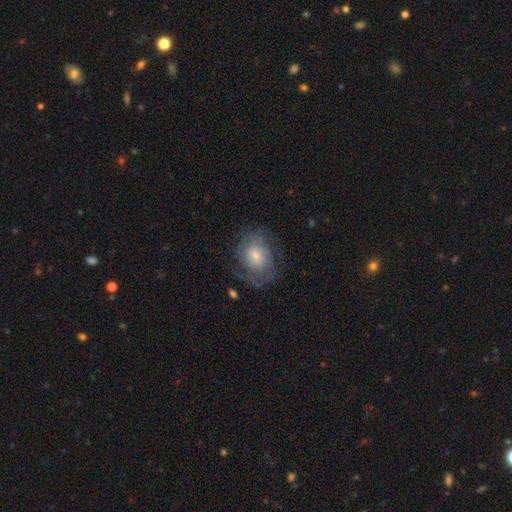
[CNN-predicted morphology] This is possibly a featured or disk galaxy (58%). It is clearly not viewed edge-on (97%). Bar: likely no (73%). Spiral arm pattern: clearly yes (82%). Central bulge: possibly small (45%). Merging: likely none (64%).